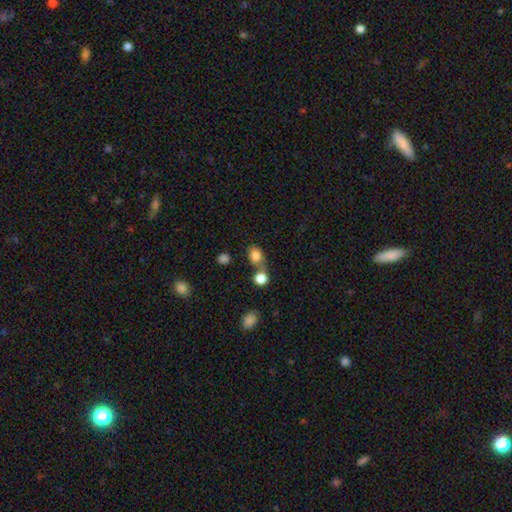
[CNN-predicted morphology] This is clearly a smooth galaxy (82%). How rounded: possibly round (53%). Merging: possibly none (49%).